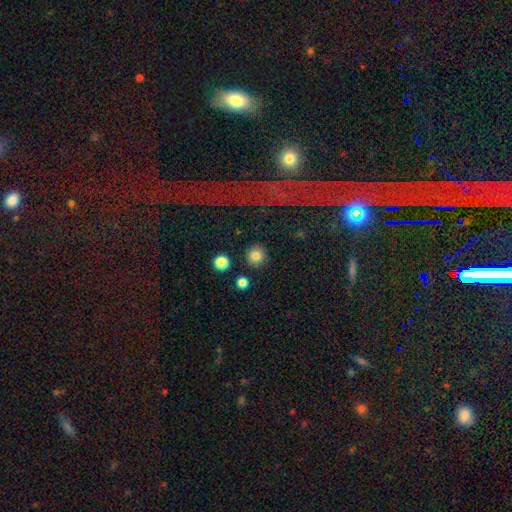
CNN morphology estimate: The model was most divided on "smooth or featured": smooth: 81%, star or artifact: 11%, featured or disk: 8%. More confident: how rounded — round (94%); merging — none (89%).